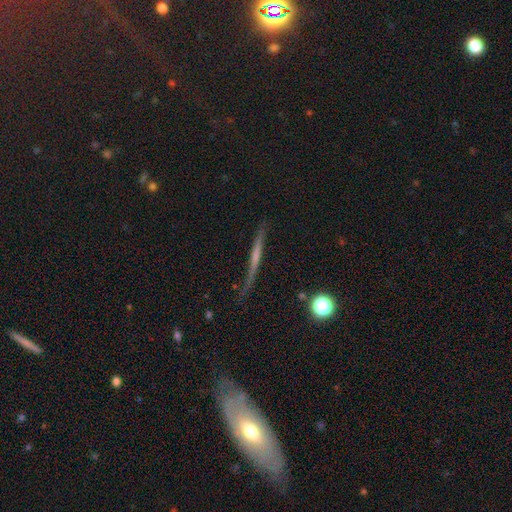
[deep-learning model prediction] The model was most divided on "smooth or featured": featured or disk: 55%, smooth: 36%, star or artifact: 10%. More confident: edge-on disk — yes (93%); edge-on bulge — none (76%); merging — none (75%).